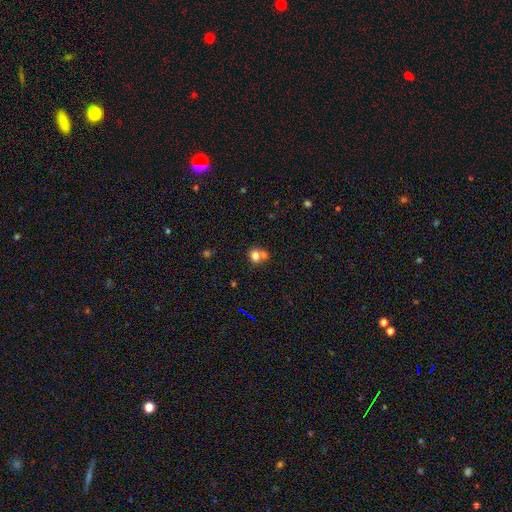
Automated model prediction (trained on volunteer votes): The model was most divided on "merging": merger: 45%, none: 42%, minor disturbance: 9%, major disturbance: 4%. More confident: smooth or featured — smooth (77%); how rounded — round (75%).